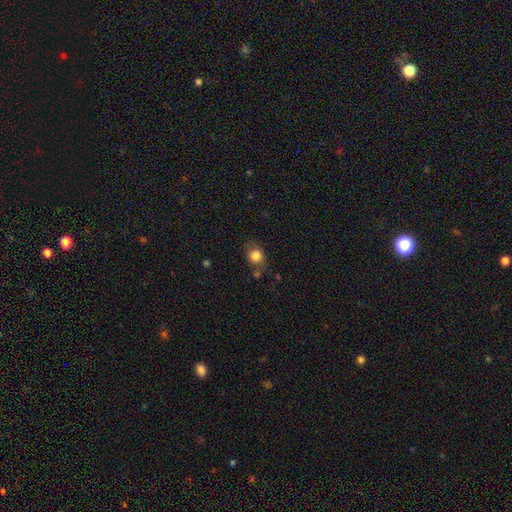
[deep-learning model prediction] smooth_or_featured: smooth (p=0.83) [alt: star or artifact p=0.10]
how_rounded: round (p=0.73) [alt: in between p=0.26]
merging: none (p=0.68) [alt: minor disturbance p=0.18]